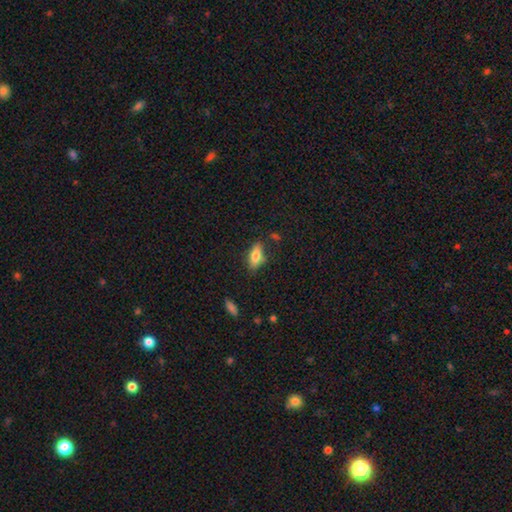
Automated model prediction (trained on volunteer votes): Smooth or featured? smooth (74%)
How rounded? in between (76%)
Merging? none (75%)